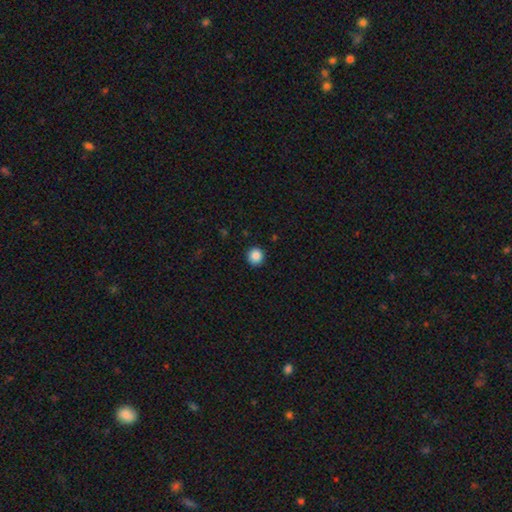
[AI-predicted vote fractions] Smooth or featured? Predicted: smooth (p=0.87). How rounded? Predicted: round (p=0.94). Merging? Predicted: none (p=0.91).